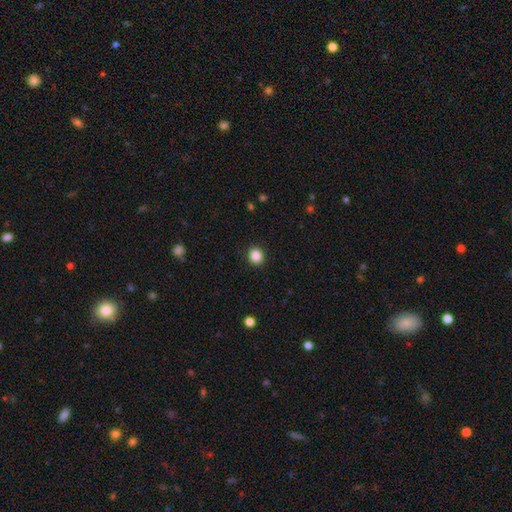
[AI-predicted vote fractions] smooth 87%, star or artifact 10%, featured or disk 3%. Down the decision tree: how rounded — round (85%); merging — none (92%).